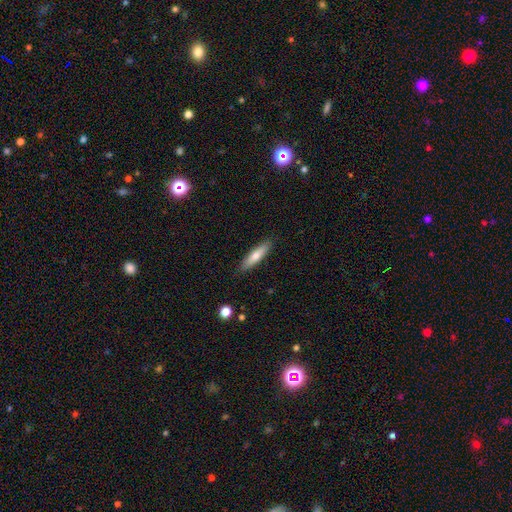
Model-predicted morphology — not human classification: Smooth or featured?
  - smooth: 68% *
  - featured or disk: 26%
  - star or artifact: 6%
How rounded?
  - cigar-shaped: 79% *
  - in between: 19%
  - round: 1%
Merging?
  - none: 88% *
  - minor disturbance: 9%
  - major disturbance: 2%
  - merger: 1%